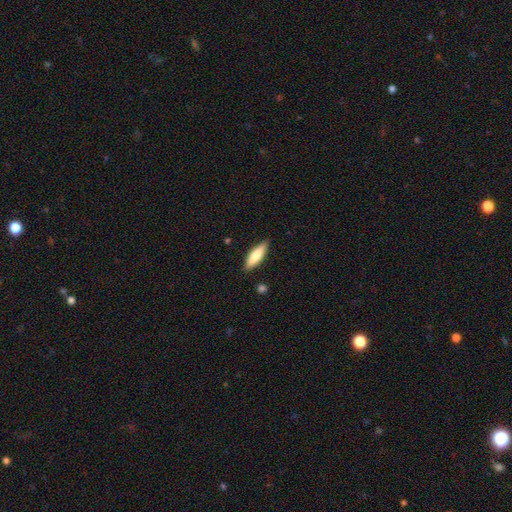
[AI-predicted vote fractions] A smooth galaxy with no disk features (71%) that is cigar-shaped (51%). Merging: none (87%).